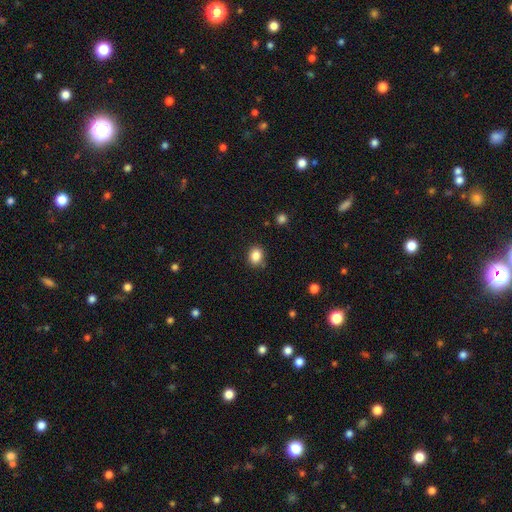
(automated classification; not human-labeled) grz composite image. It shows a smooth galaxy with no disk features (85%) that is round (59%). Merging: none (85%).